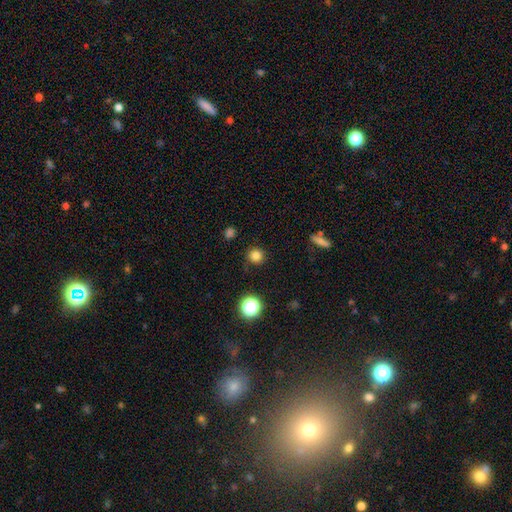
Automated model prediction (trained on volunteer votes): This is clearly a smooth galaxy (81%). How rounded: clearly round (94%). Merging: clearly none (89%).